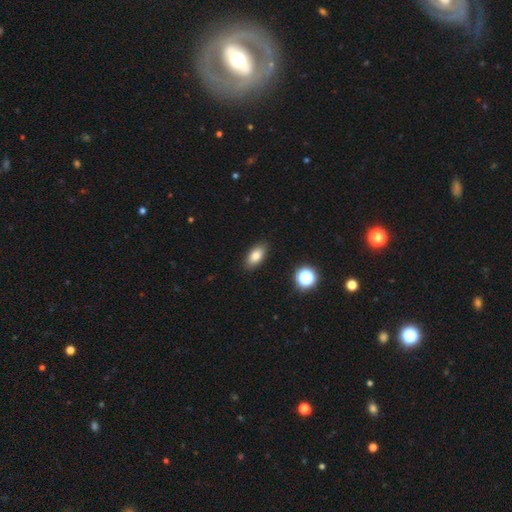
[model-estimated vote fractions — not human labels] Smooth or featured? Predicted: smooth (p=0.81). How rounded? Predicted: in between (p=0.89). Merging? Predicted: none (p=0.88).